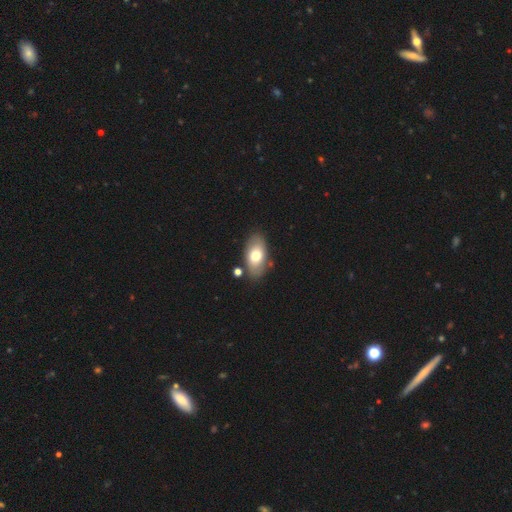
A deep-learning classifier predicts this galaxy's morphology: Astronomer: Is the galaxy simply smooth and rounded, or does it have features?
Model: smooth — 70%.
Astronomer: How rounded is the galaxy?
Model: in between — 92%.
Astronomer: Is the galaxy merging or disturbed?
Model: none — 79%.